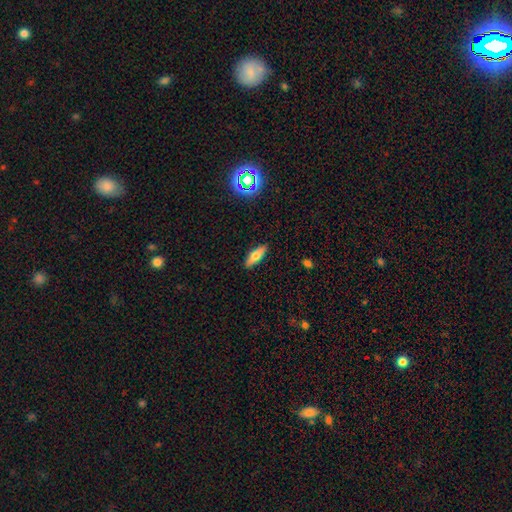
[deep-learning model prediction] Overall: smooth (62%; featured or disk 30%). How rounded: in between (49%; cigar-shaped 48%). Merging: none (89%).